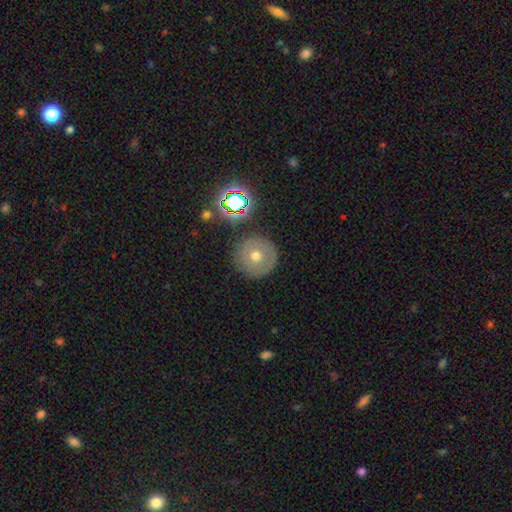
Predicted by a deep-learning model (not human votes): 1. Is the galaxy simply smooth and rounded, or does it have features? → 52% smooth, 33% featured or disk, 15% star or artifact.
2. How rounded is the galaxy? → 96% round, 3% in between, 1% cigar-shaped.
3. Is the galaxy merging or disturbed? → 85% none, 9% minor disturbance, 3% major disturbance, 3% merger.